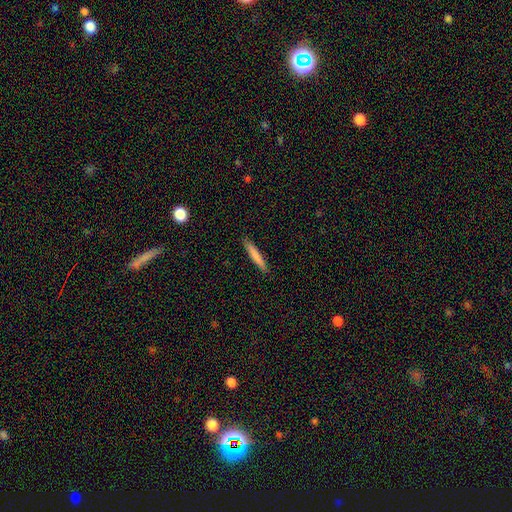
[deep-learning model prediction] A smooth galaxy with no disk features (79%) that is cigar-shaped (94%). Merging: none (91%).